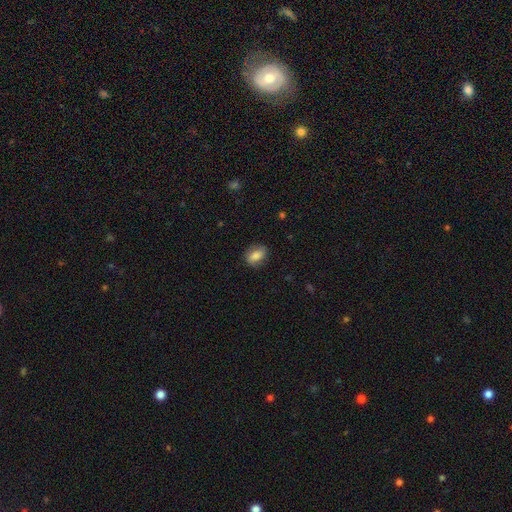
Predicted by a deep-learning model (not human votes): Smooth or featured? Predicted: smooth (p=0.81). How rounded? Predicted: in between (p=0.79). Merging? Predicted: none (p=0.81).